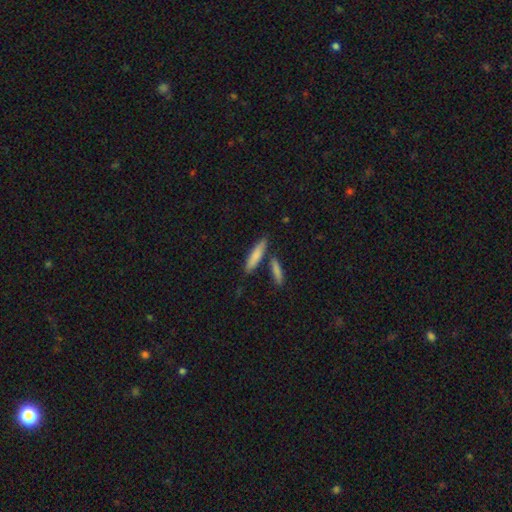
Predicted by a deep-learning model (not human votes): Smooth or featured: smooth — 79% (featured or disk — 15%)
How rounded: cigar-shaped — 78% (in between — 20%)
Merging: none — 76% (merger — 11%)